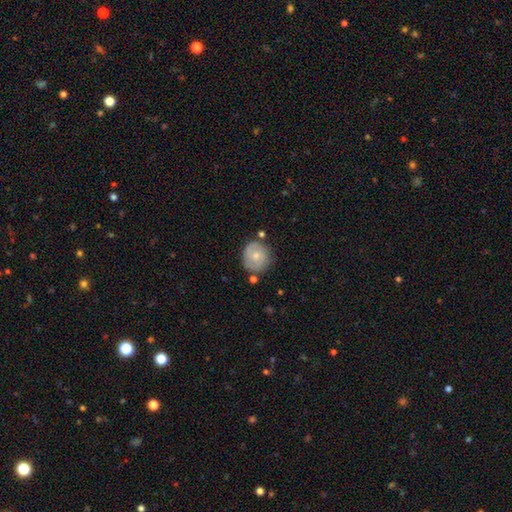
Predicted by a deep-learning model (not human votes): Smooth or featured?
  - smooth: 48% *
  - featured or disk: 45%
  - star or artifact: 7%
Merging?
  - none: 71% *
  - minor disturbance: 18%
  - merger: 6%
  - major disturbance: 5%